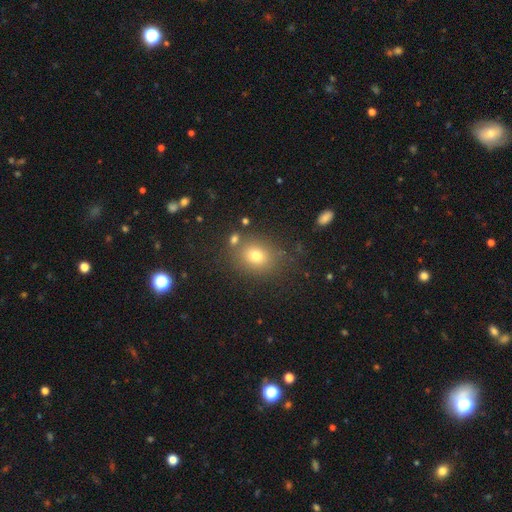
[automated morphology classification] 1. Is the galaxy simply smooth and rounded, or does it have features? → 73% smooth, 16% star or artifact, 11% featured or disk.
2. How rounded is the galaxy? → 58% round, 41% in between, 1% cigar-shaped.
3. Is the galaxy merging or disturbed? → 78% none, 11% minor disturbance, 7% merger, 4% major disturbance.